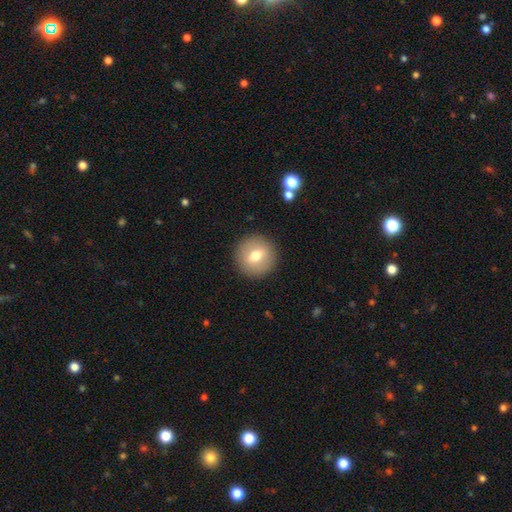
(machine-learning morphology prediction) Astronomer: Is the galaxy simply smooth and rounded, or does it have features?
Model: smooth — 69%.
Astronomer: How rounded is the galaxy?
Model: round — 93%.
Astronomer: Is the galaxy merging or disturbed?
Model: none — 91%.